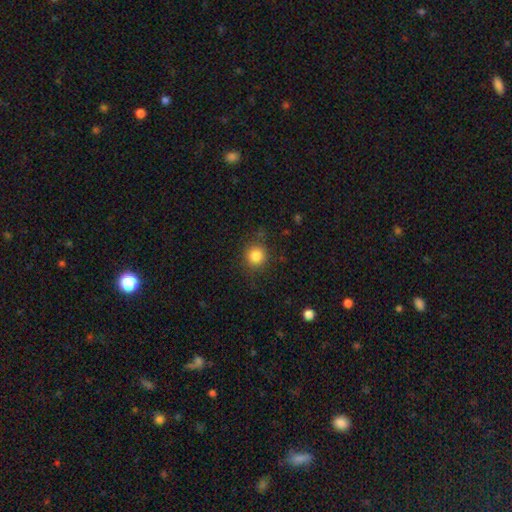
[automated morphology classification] Q: Smooth or featured?
A: smooth (84%); runner-up: star or artifact (11%)
Q: How rounded?
A: round (91%); runner-up: in between (8%)
Q: Merging?
A: none (83%); runner-up: minor disturbance (12%)